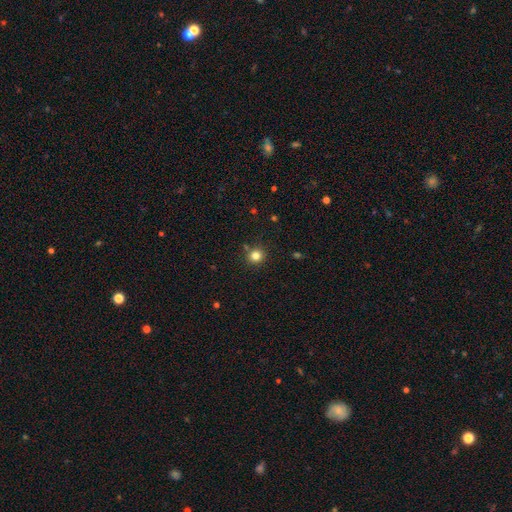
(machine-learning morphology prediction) This is clearly a smooth galaxy (82%). How rounded: clearly round (92%). Merging: clearly none (86%).